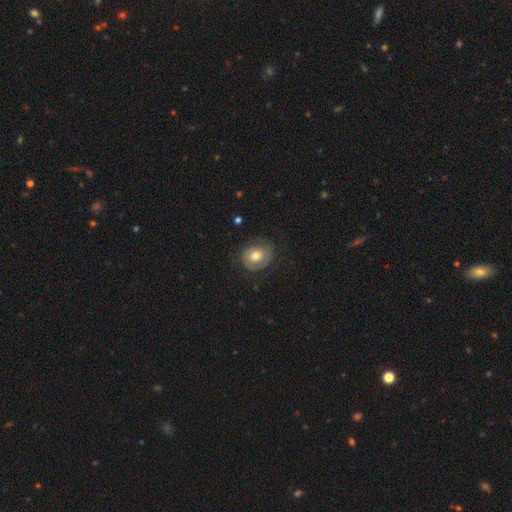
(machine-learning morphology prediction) Overall: smooth (55%; featured or disk 38%). How rounded: round (61%; in between 38%). Merging: none (71%).